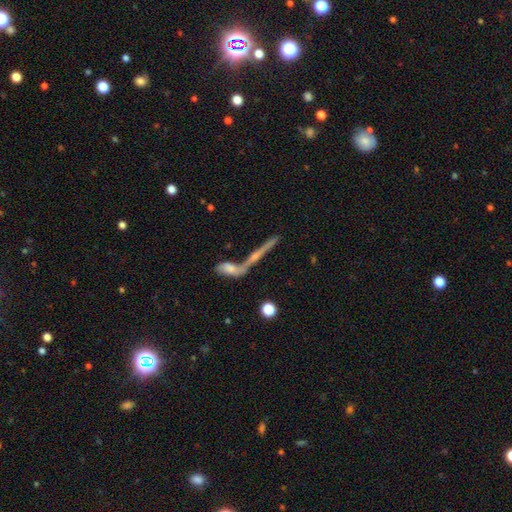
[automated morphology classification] featured or disk 49%, smooth 30%, star or artifact 21%. Down the decision tree: merging — none (42%).